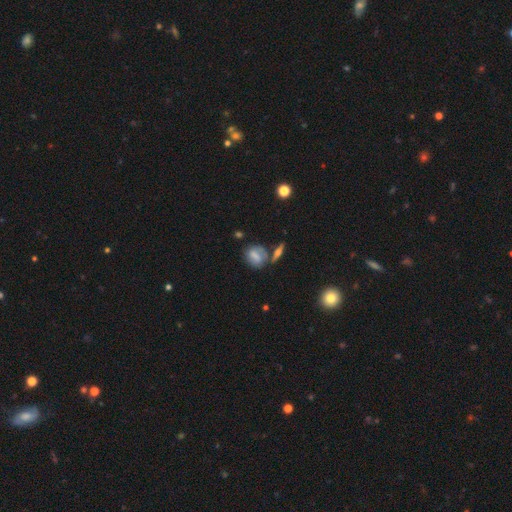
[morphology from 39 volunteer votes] smooth_or_featured: smooth (p=0.56) [alt: featured or disk p=0.36]
how_rounded: round (p=0.55) [alt: in between p=0.45]
merging: none (p=0.69) [alt: minor disturbance p=0.19]